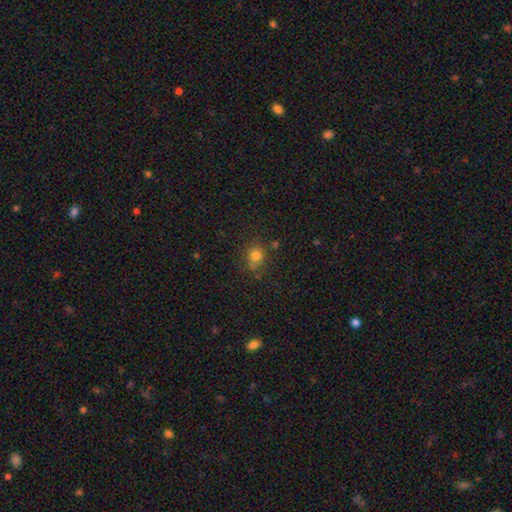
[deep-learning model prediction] Smooth or featured?
  - smooth: 77% *
  - star or artifact: 15%
  - featured or disk: 8%
How rounded?
  - round: 81% *
  - in between: 18%
  - cigar-shaped: 1%
Merging?
  - none: 71% *
  - minor disturbance: 16%
  - merger: 8%
  - major disturbance: 5%